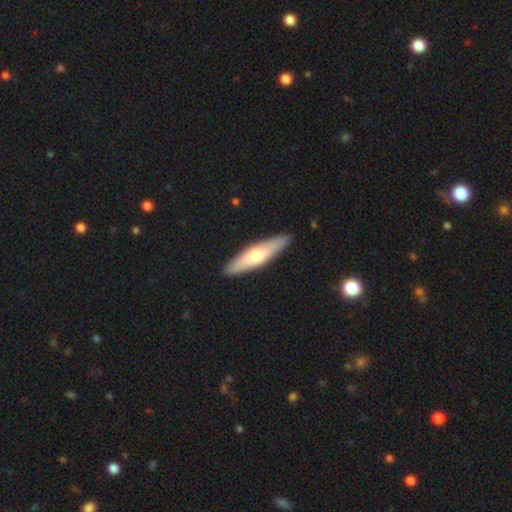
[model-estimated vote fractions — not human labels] Overall: smooth (54%; featured or disk 41%). How rounded: cigar-shaped (78%). Merging: none (90%).